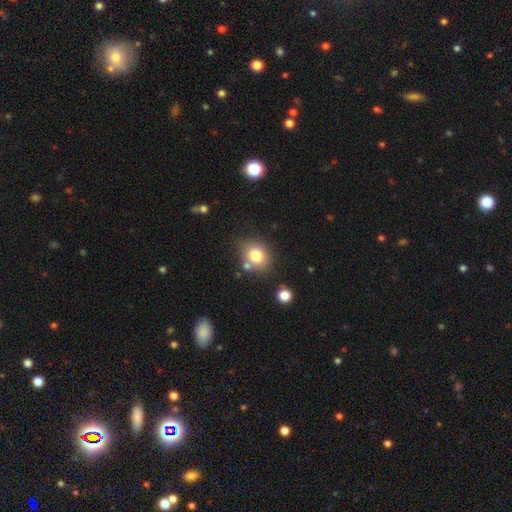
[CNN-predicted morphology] Smooth or featured?
  - smooth: 79% *
  - star or artifact: 11%
  - featured or disk: 10%
How rounded?
  - round: 59% *
  - in between: 40%
  - cigar-shaped: 1%
Merging?
  - none: 70% *
  - minor disturbance: 14%
  - merger: 12%
  - major disturbance: 4%